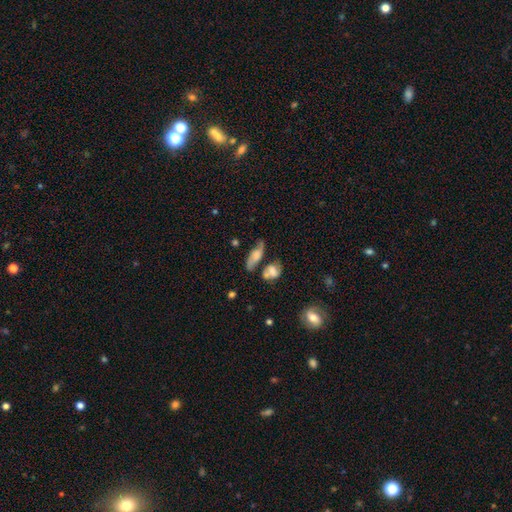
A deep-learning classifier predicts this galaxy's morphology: Smooth or featured? featured or disk (48%)
Merging? none (46%)